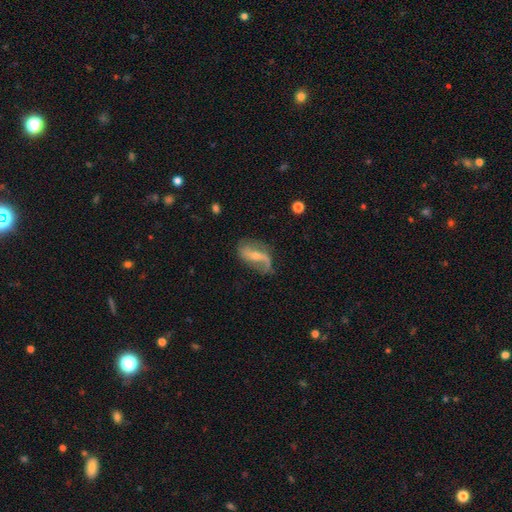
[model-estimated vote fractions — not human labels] featured or disk 79%, smooth 14%, star or artifact 7%. Down the decision tree: edge-on disk — no (93%); bar — weak (37%); spiral arms — yes (91%); spiral arm count — 2 (79%); spiral winding — loose (68%); bulge size — small (53%); merging — none (64%).